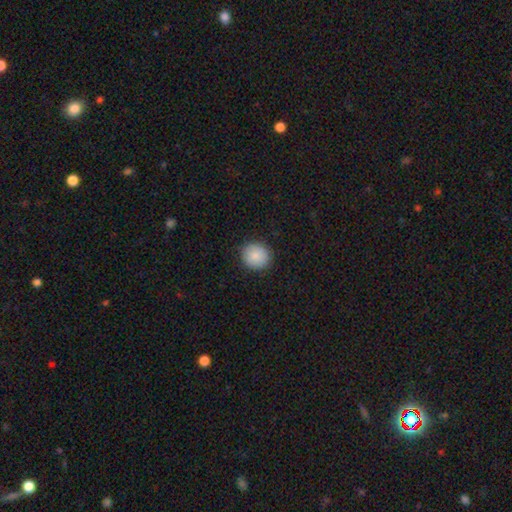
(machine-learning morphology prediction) Overall: smooth (87%). How rounded: round (87%). Merging: none (90%).